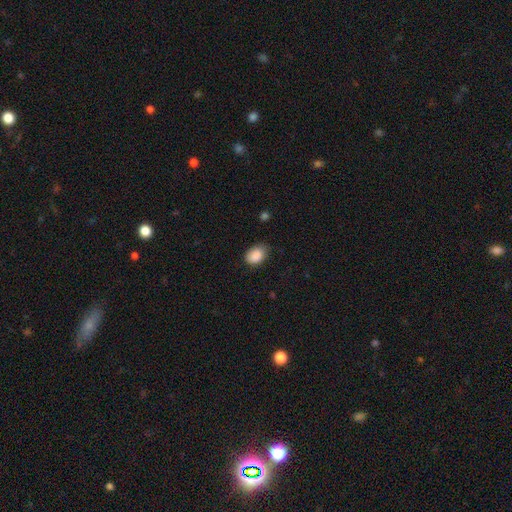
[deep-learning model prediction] Q: Smooth or featured?
A: smooth (88%); runner-up: star or artifact (8%)
Q: How rounded?
A: in between (81%); runner-up: round (18%)
Q: Merging?
A: none (71%); runner-up: minor disturbance (24%)